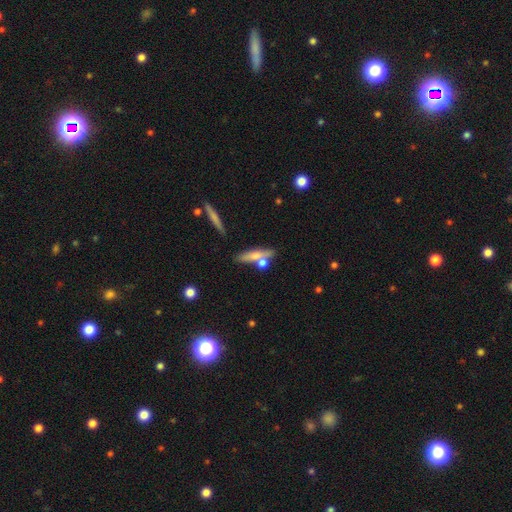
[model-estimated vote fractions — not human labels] A smooth galaxy with no disk features (61%) that is cigar-shaped (70%).

Vote fractions:
- Smooth or featured? smooth: 61% / featured or disk: 32% / star or artifact: 8%
- How rounded? cigar-shaped: 70% / in between: 24% / round: 6%
- Merging? none: 61% / merger: 23% / minor disturbance: 12% / major disturbance: 4%